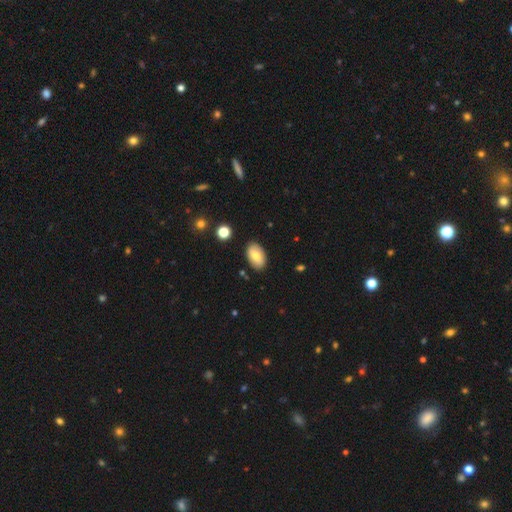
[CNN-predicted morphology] smooth 75%, featured or disk 18%, star or artifact 7%. Down the decision tree: how rounded — in between (94%); merging — none (87%).